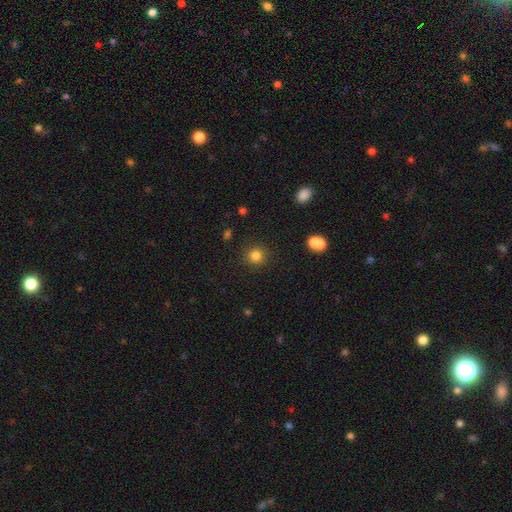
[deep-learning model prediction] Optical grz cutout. It shows a smooth galaxy with no disk features (82%) that is round (92%). Merging: none (88%).